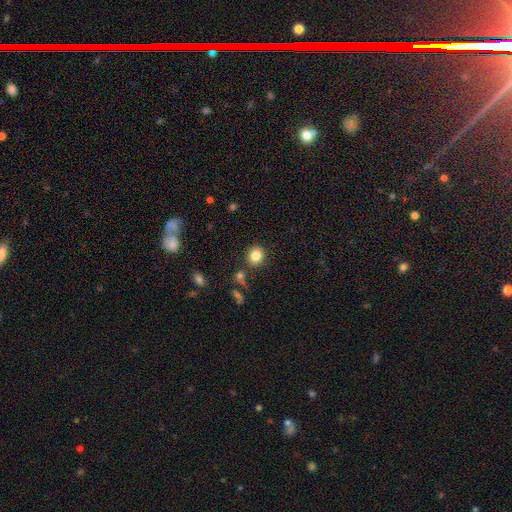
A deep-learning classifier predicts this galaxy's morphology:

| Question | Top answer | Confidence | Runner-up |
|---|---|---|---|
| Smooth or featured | smooth | 83% | star or artifact (11%) |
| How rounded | round | 70% | in between (29%) |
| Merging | none | 80% | minor disturbance (10%) |